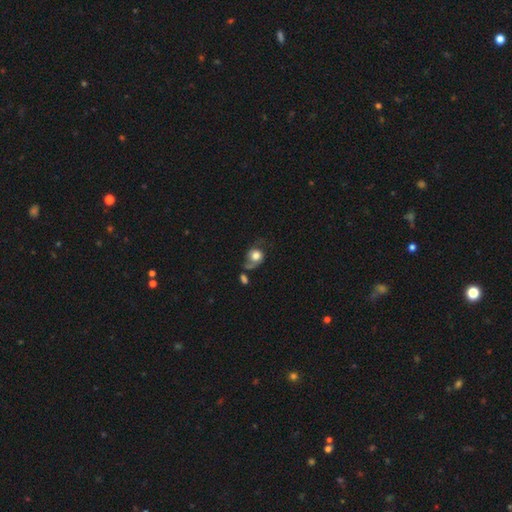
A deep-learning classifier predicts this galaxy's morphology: Overall: smooth (69%). How rounded: round (70%). Merging: none (35%; major disturbance 26%).